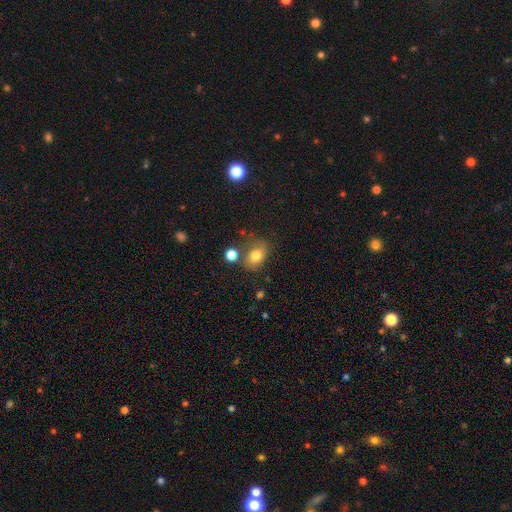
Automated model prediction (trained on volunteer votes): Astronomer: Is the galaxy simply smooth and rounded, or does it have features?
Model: smooth — 76%.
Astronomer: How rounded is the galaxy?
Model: in between — 66%.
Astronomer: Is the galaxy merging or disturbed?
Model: none — 61%.